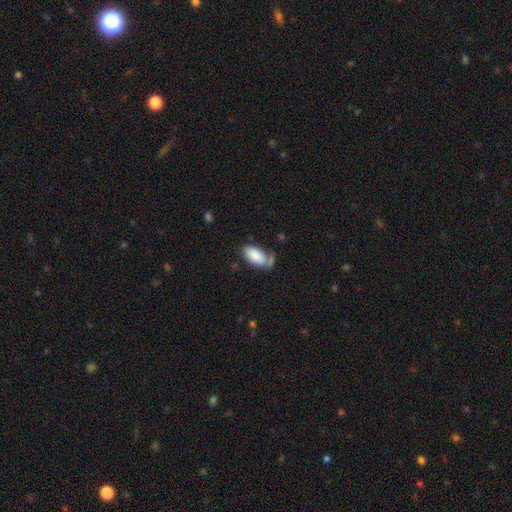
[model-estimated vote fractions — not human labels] A smooth galaxy with no disk features (83%) that is in between round and cigar-shaped (94%).

Vote fractions:
- Smooth or featured? smooth: 83% / featured or disk: 10% / star or artifact: 7%
- How rounded? in between: 94% / cigar-shaped: 3% / round: 2%
- Merging? none: 54% / minor disturbance: 22% / merger: 12% / major disturbance: 11%